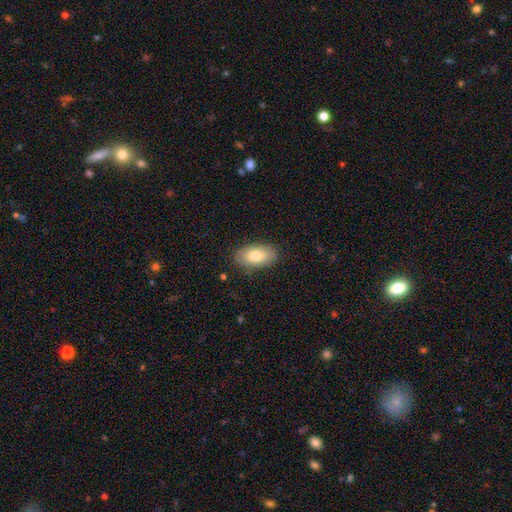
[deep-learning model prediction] Morphology: type=smooth (78%); roundness=in between (93%); merging=none (86%).